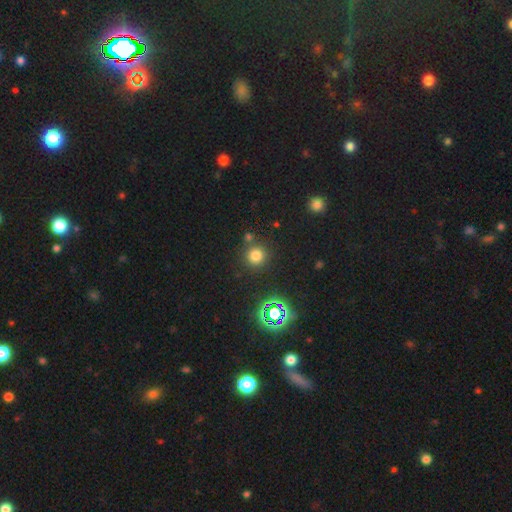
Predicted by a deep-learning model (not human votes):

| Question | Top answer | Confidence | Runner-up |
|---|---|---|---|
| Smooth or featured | smooth | 71% | star or artifact (24%) |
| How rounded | round | 94% | in between (5%) |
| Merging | none | 83% | minor disturbance (7%) |